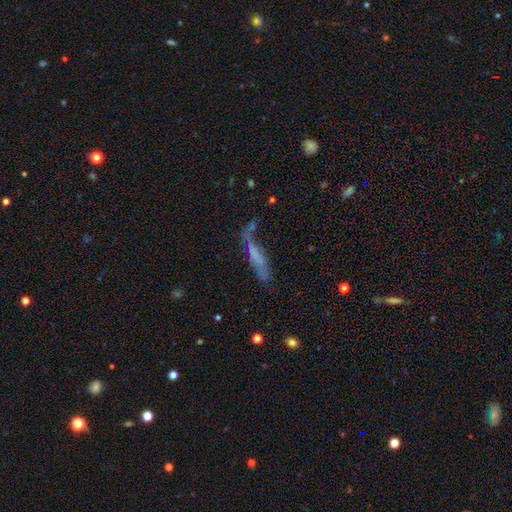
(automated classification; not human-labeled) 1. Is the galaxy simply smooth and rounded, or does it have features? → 49% smooth, 39% featured or disk, 12% star or artifact.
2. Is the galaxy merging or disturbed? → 37% none, 27% major disturbance, 26% minor disturbance, 11% merger.